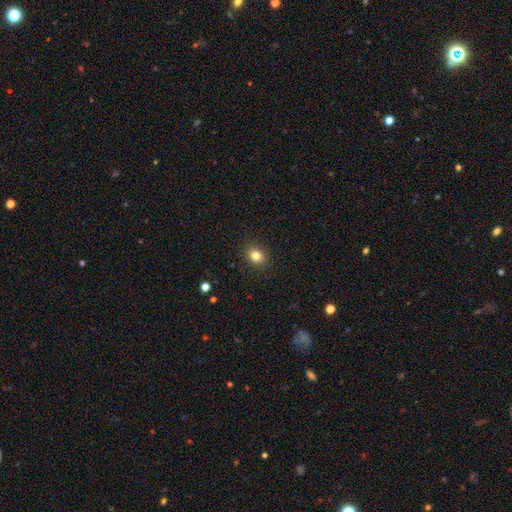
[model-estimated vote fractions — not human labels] Morphology: type=smooth (82%); roundness=round (54%); merging=none (90%).